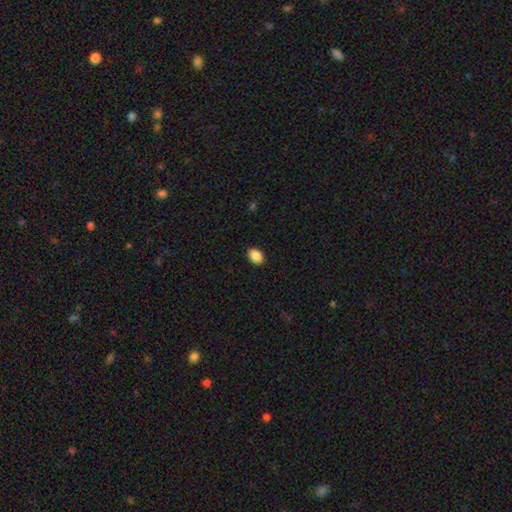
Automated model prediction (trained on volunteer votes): smooth 90%, star or artifact 7%, featured or disk 3%. Down the decision tree: how rounded — in between (87%); merging — none (90%).